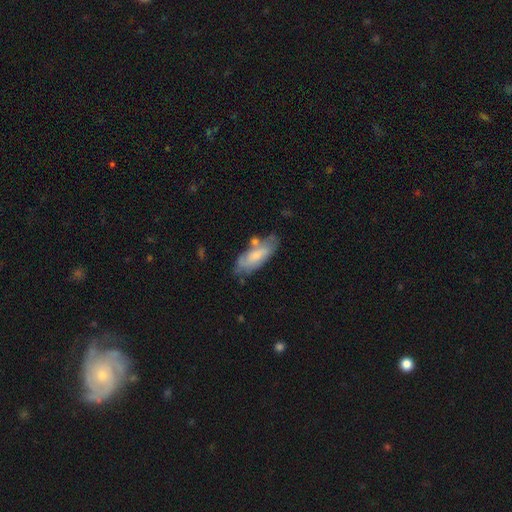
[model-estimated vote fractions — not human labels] This appears to be a smooth galaxy with no disk features (63%) that is in between round and cigar-shaped (73%). Merging: none (58%).